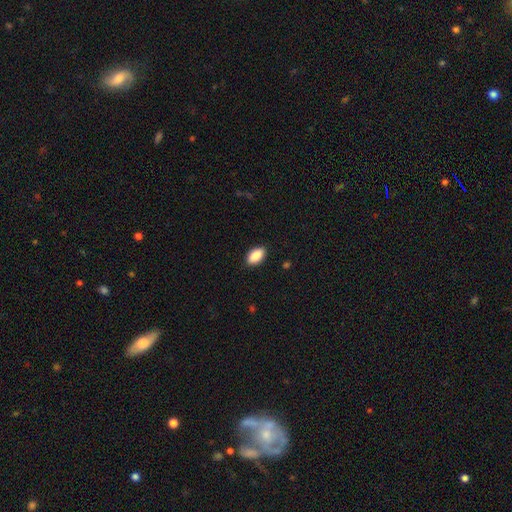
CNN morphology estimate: Smooth or featured: smooth — 87% (star or artifact — 7%)
How rounded: in between — 92% (cigar-shaped — 4%)
Merging: none — 89% (minor disturbance — 8%)